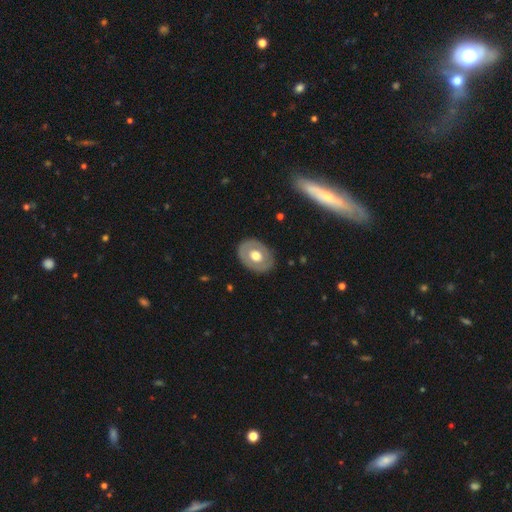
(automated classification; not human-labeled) A smooth galaxy with no disk features (52%) that is in between round and cigar-shaped (63%). Merging: none (84%).